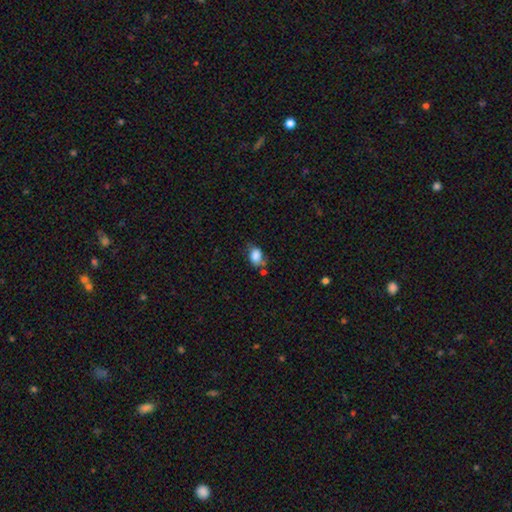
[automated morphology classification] type=smooth (82%); roundness=in between (80%); merging=none (50%).